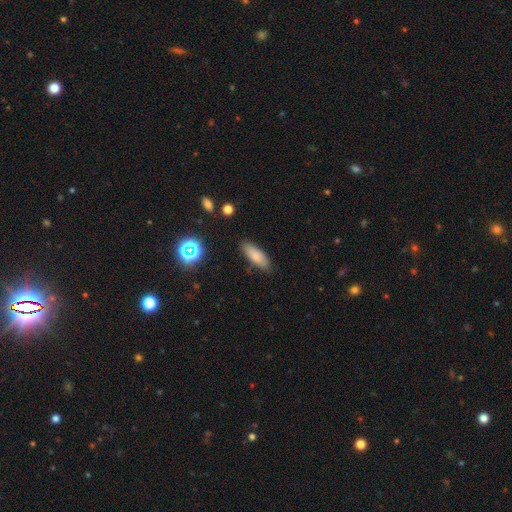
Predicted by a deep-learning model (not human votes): smooth_or_featured: smooth (p=0.82) [alt: featured or disk p=0.09]
how_rounded: in between (p=0.64) [alt: cigar-shaped p=0.34]
merging: none (p=0.84) [alt: minor disturbance p=0.12]